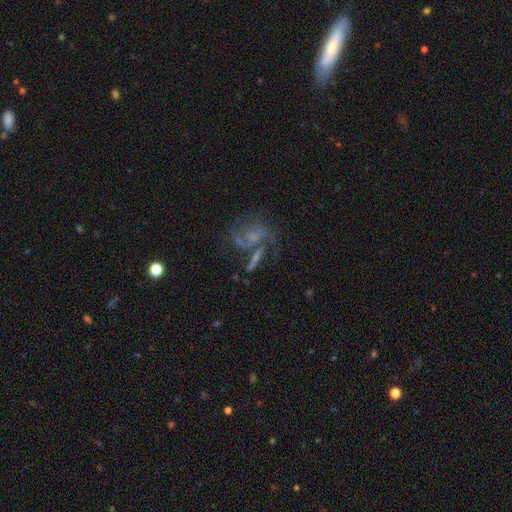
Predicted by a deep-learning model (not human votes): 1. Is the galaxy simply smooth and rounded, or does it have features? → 58% featured or disk, 23% smooth, 19% star or artifact.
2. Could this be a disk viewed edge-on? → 90% no, 10% yes.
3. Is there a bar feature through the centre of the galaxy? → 68% no, 23% weak, 9% strong.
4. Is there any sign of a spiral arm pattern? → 61% yes, 39% no.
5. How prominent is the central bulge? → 45% none, 32% small, 17% moderate, 4% large, 2% dominant.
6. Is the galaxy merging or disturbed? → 35% none, 28% merger, 23% major disturbance, 14% minor disturbance.